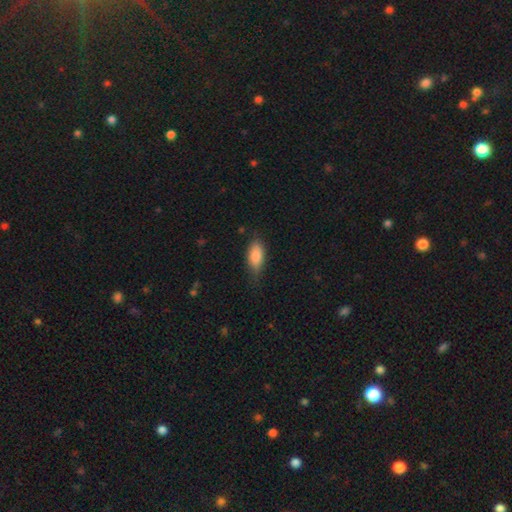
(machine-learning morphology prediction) A smooth galaxy with no disk features (85%) that is in between round and cigar-shaped (87%).

Vote fractions:
- Smooth or featured? smooth: 85% / featured or disk: 8% / star or artifact: 7%
- How rounded? in between: 87% / cigar-shaped: 10% / round: 3%
- Merging? none: 69% / minor disturbance: 25% / major disturbance: 5% / merger: 1%